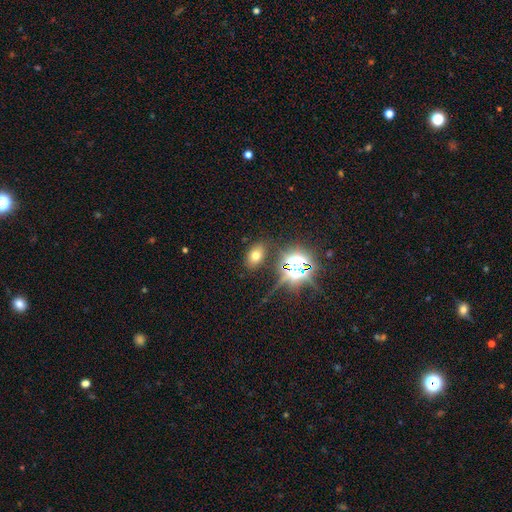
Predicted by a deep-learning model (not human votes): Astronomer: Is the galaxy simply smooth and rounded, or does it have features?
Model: smooth — 62%.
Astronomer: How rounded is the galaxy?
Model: in between — 85%.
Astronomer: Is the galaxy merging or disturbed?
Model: none — 83%.